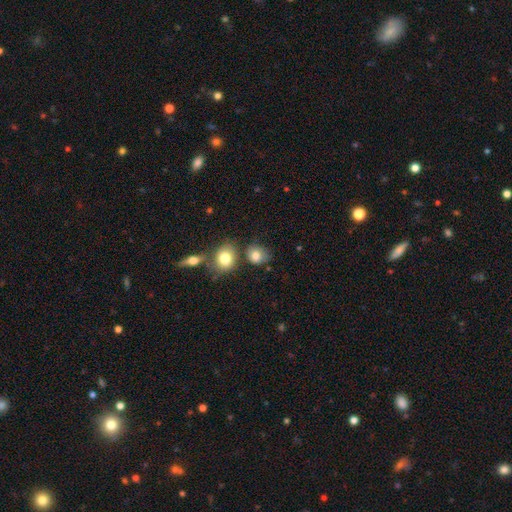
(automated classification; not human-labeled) This is likely a smooth galaxy (79%). How rounded: likely round (64%). Merging: possibly none (59%).